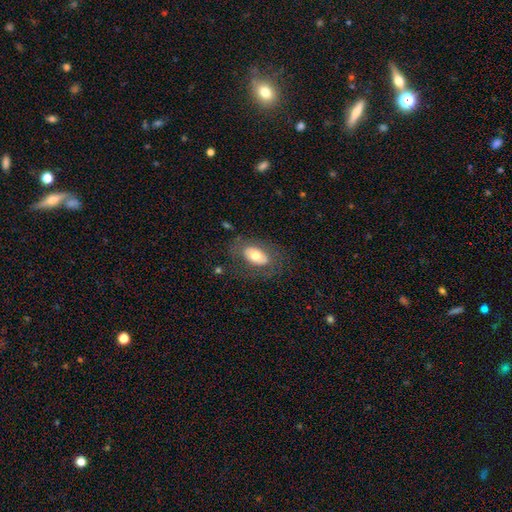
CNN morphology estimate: This is likely a smooth galaxy (60%). How rounded: clearly in between (89%). Merging: likely none (72%).